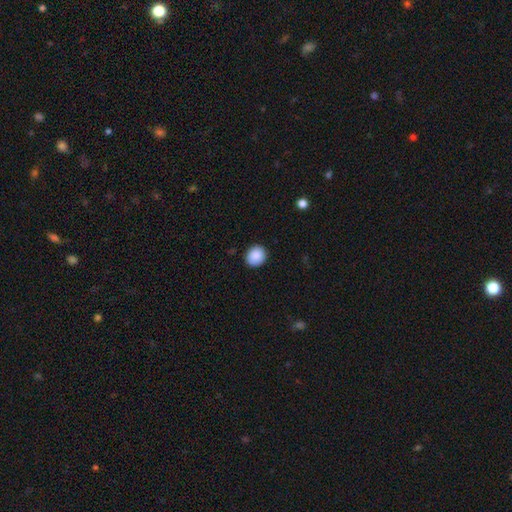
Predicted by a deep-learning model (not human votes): A smooth galaxy with no disk features (89%) that is round (73%). Merging: none (89%).